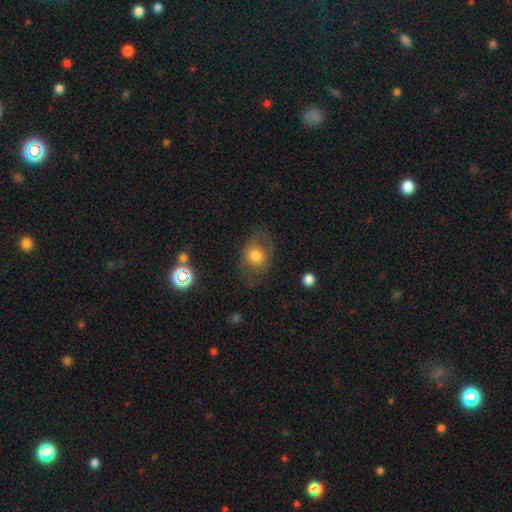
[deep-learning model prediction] Smooth or featured: smooth — 64% (featured or disk — 27%)
How rounded: in between — 58% (round — 41%)
Merging: none — 65% (minor disturbance — 19%)